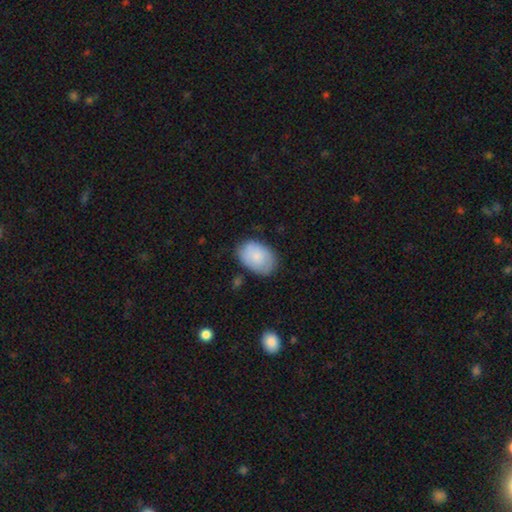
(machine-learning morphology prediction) Smooth or featured: smooth — 79% (featured or disk — 15%)
How rounded: in between — 85% (round — 14%)
Merging: none — 74% (minor disturbance — 19%)